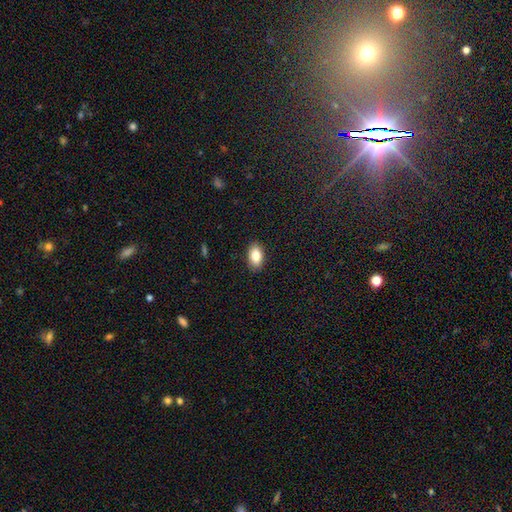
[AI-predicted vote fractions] This appears to be a smooth galaxy with no disk features (84%) that is in between round and cigar-shaped (92%). Merging: none (89%).